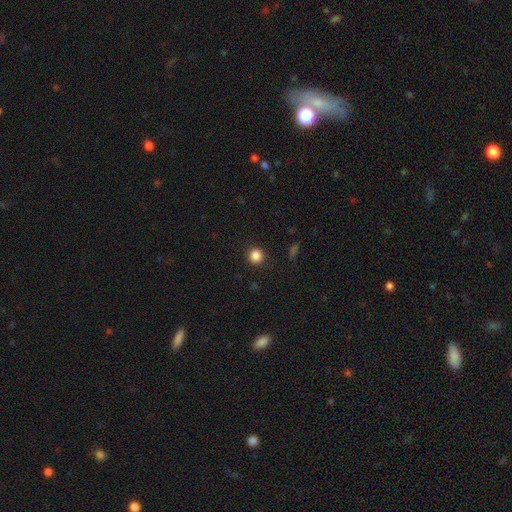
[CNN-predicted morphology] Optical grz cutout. It shows a smooth galaxy with no disk features (85%) that is round (94%). Merging: none (92%).